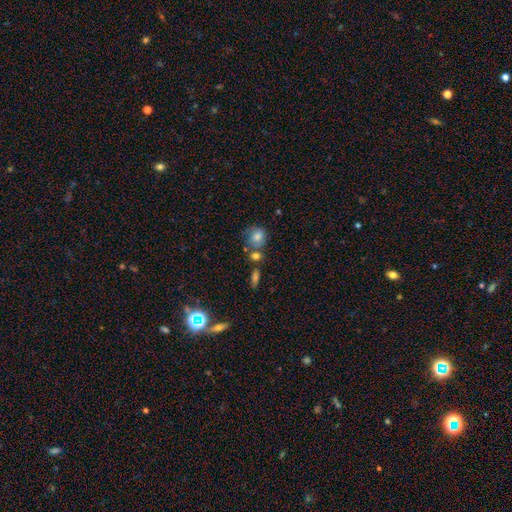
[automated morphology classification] Smooth or featured? smooth (52%)
How rounded? round (72%)
Merging? none (56%)